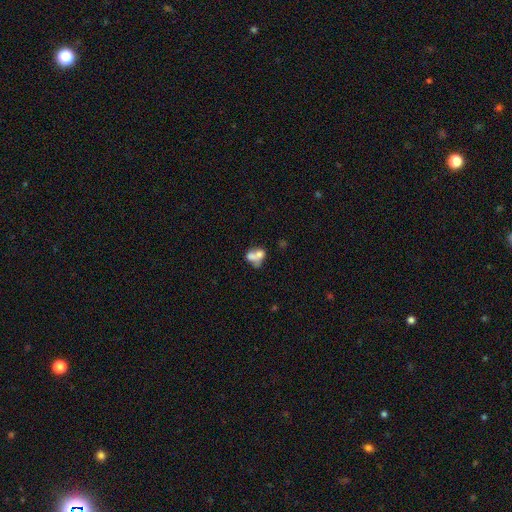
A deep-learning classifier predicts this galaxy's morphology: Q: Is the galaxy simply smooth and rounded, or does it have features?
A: smooth — 62%.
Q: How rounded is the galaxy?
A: in between — 61%.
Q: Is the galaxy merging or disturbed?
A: merger — 65%.